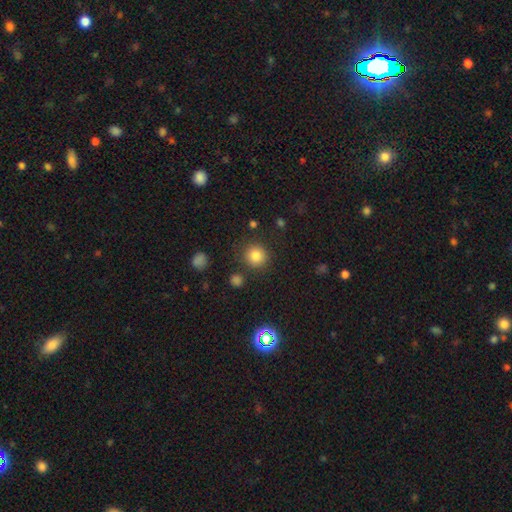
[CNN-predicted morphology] type=smooth (83%); roundness=round (93%); merging=none (86%).